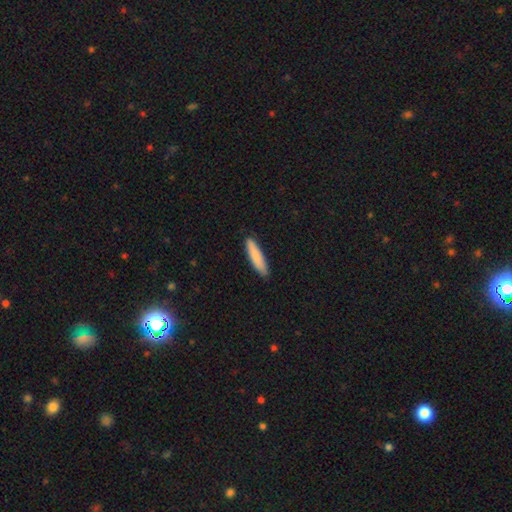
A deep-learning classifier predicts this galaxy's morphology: Smooth or featured: smooth — 83% (featured or disk — 12%)
How rounded: cigar-shaped — 83% (in between — 16%)
Merging: none — 88% (minor disturbance — 9%)